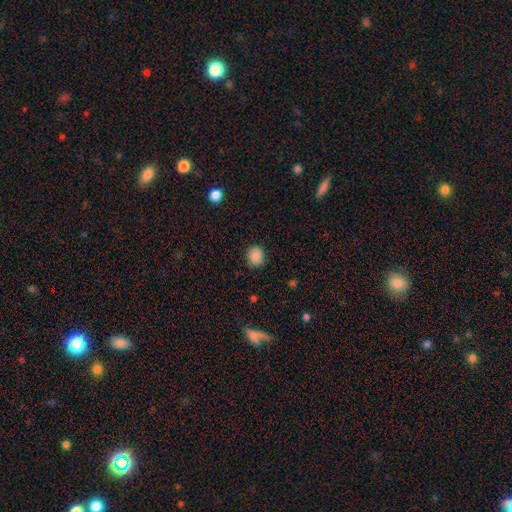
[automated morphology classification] Overall: smooth (86%). How rounded: round (76%). Merging: none (81%).